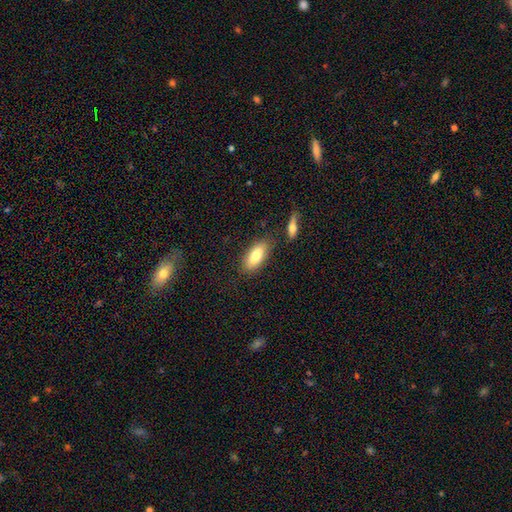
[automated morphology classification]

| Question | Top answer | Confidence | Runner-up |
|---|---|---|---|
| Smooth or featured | smooth | 79% | featured or disk (14%) |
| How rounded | in between | 84% | cigar-shaped (14%) |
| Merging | none | 78% | minor disturbance (12%) |